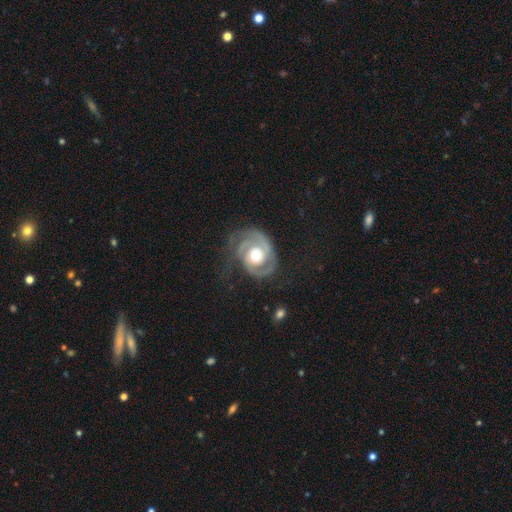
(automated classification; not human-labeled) Smooth or featured?
  - featured or disk: 88% *
  - smooth: 8%
  - star or artifact: 4%
Edge-on disk?
  - no: 98% *
  - yes: 2%
Bar?
  - no: 76% *
  - weak: 19%
  - strong: 5%
Spiral arms?
  - yes: 96% *
  - no: 4%
Spiral winding?
  - tight: 60% *
  - medium: 32%
  - loose: 8%
Spiral arm count?
  - 2: 59% *
  - 3: 14%
  - can't tell: 11%
  - 1: 10%
  - 4: 3%
  - more than 4: 3%
Bulge size?
  - moderate: 73% *
  - large: 15%
  - small: 9%
  - dominant: 1%
  - none: 1%
Merging?
  - none: 59% *
  - minor disturbance: 22%
  - major disturbance: 18%
  - merger: 2%